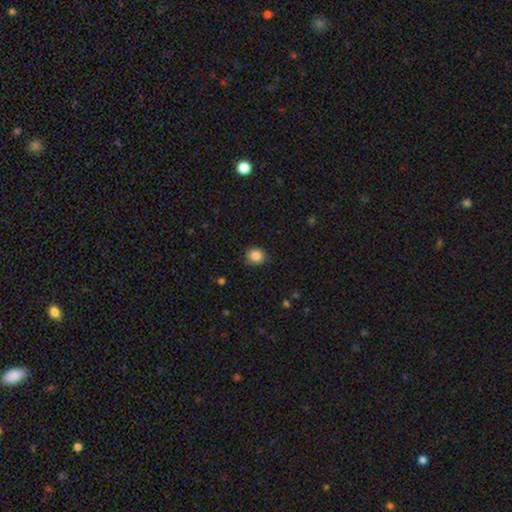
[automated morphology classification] A smooth galaxy with no disk features (86%) that is round (82%).

Vote fractions:
- Smooth or featured? smooth: 86% / star or artifact: 10% / featured or disk: 4%
- How rounded? round: 82% / in between: 17% / cigar-shaped: 1%
- Merging? none: 81% / minor disturbance: 15% / major disturbance: 3% / merger: 1%